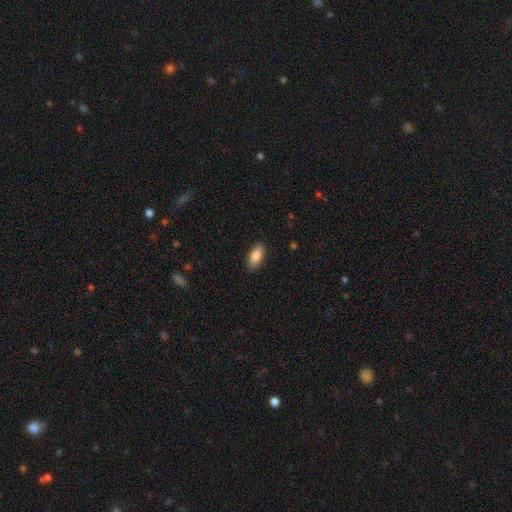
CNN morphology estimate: smooth-or-featured: smooth: 87% | featured or disk: 7% | star or artifact: 6%
  how-rounded: in between: 85% | cigar-shaped: 12% | round: 2%
  merging: none: 88% | minor disturbance: 9% | major disturbance: 2% | merger: 1%